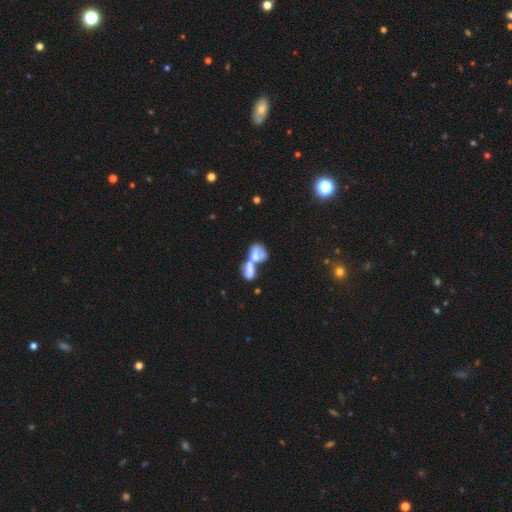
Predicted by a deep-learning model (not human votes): Q: Smooth or featured?
A: smooth (54%); runner-up: featured or disk (35%)
Q: How rounded?
A: in between (80%); runner-up: round (16%)
Q: Merging?
A: merger (76%); runner-up: none (11%)